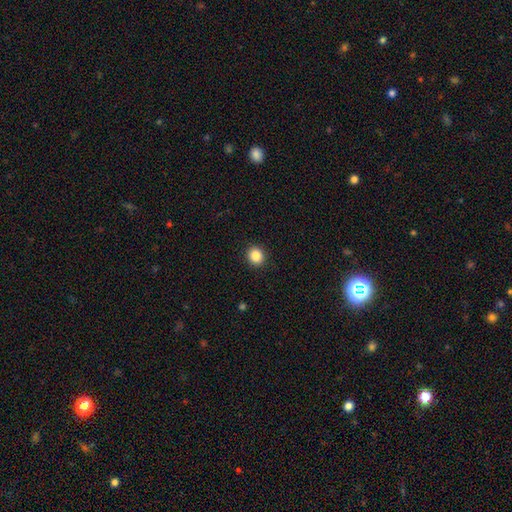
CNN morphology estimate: The model was most divided on "how rounded": round: 81%, in between: 18%, cigar-shaped: 1%. More confident: merging — none (92%); smooth or featured — smooth (87%).